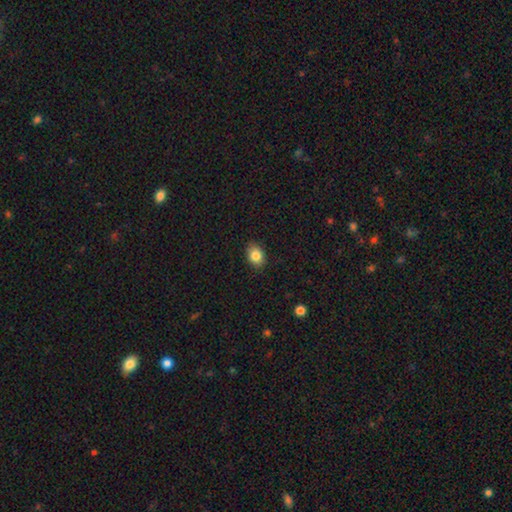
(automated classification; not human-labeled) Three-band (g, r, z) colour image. It shows a smooth galaxy with no disk features (84%) that is in between round and cigar-shaped (67%). Merging: none (87%).